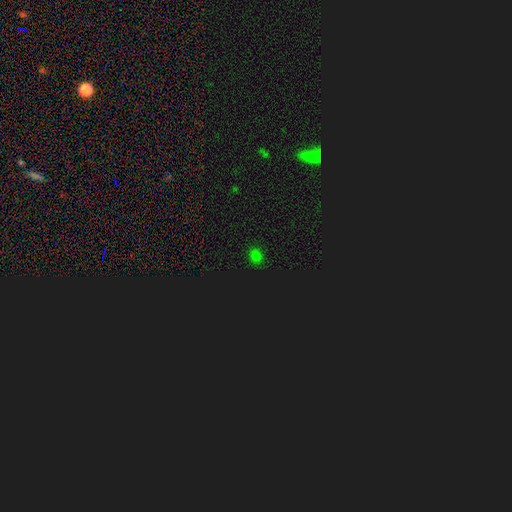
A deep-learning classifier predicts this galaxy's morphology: smooth 70%, star or artifact 26%, featured or disk 4%. Down the decision tree: how rounded — round (75%); merging — none (89%).